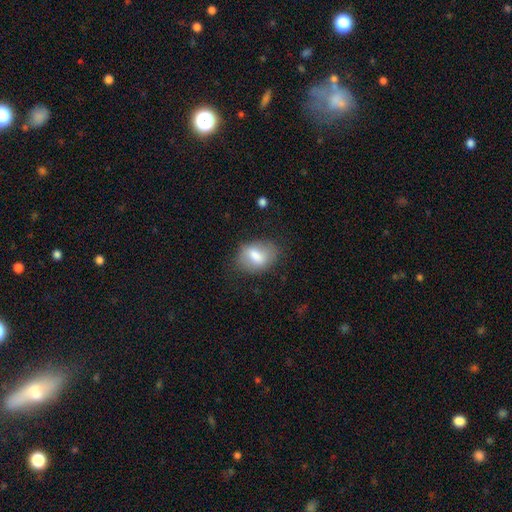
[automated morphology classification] The model was most divided on "merging": none: 65%, minor disturbance: 23%, major disturbance: 9%, merger: 2%. More confident: how rounded — in between (76%); smooth or featured — smooth (73%).